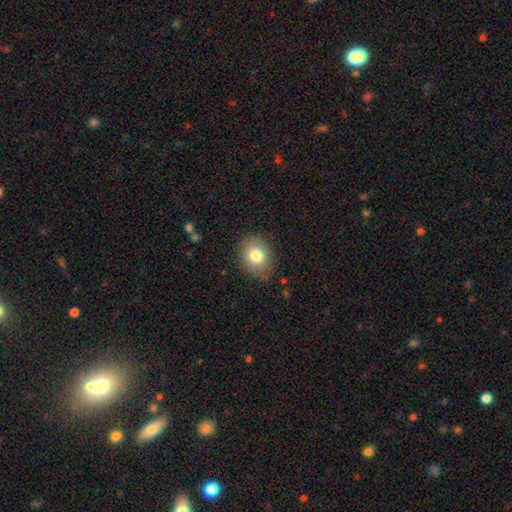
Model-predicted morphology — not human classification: smooth_or_featured: smooth (p=0.79) [alt: featured or disk p=0.12]
how_rounded: round (p=0.53) [alt: in between p=0.46]
merging: none (p=0.84) [alt: minor disturbance p=0.12]